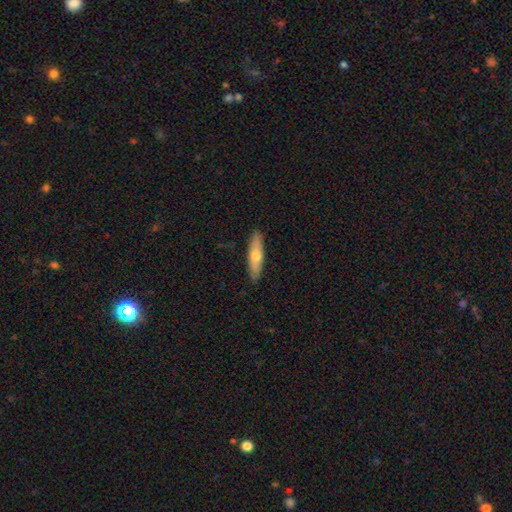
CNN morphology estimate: smooth 61%, featured or disk 33%, star or artifact 6%. Down the decision tree: how rounded — cigar-shaped (68%); merging — none (89%).